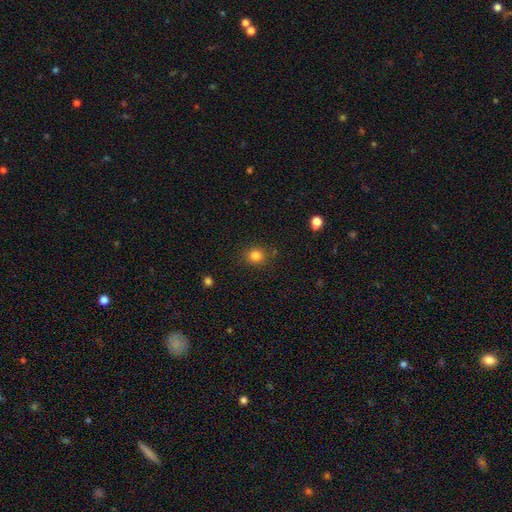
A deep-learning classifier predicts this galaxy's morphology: A smooth galaxy with no disk features (82%) that is round (84%). Merging: none (86%).